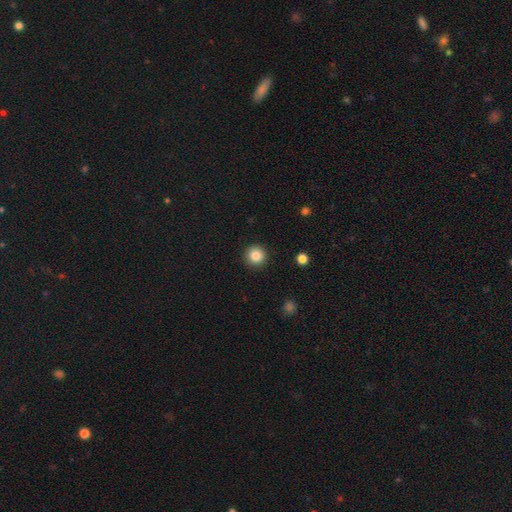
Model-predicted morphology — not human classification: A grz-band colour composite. It shows a smooth galaxy with no disk features (85%) that is round (95%). Merging: none (92%).